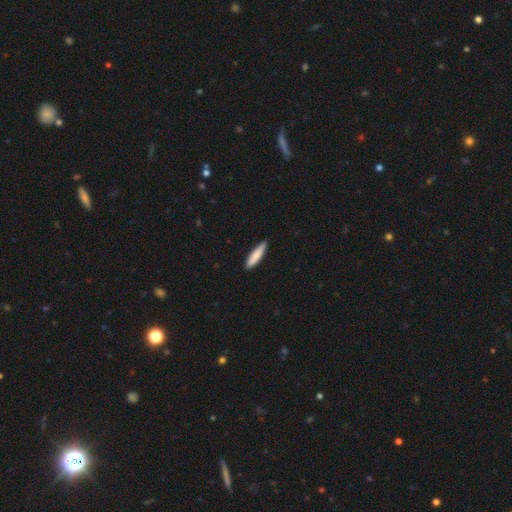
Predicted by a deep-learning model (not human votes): Overall: smooth (83%). How rounded: cigar-shaped (84%). Merging: none (86%).